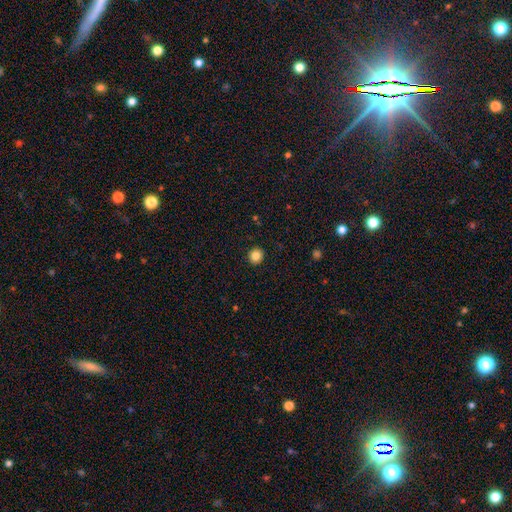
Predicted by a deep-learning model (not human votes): smooth-or-featured: smooth: 84% | star or artifact: 10% | featured or disk: 5%
  how-rounded: round: 88% | in between: 11% | cigar-shaped: 1%
  merging: none: 92% | minor disturbance: 5% | major disturbance: 2% | merger: 1%